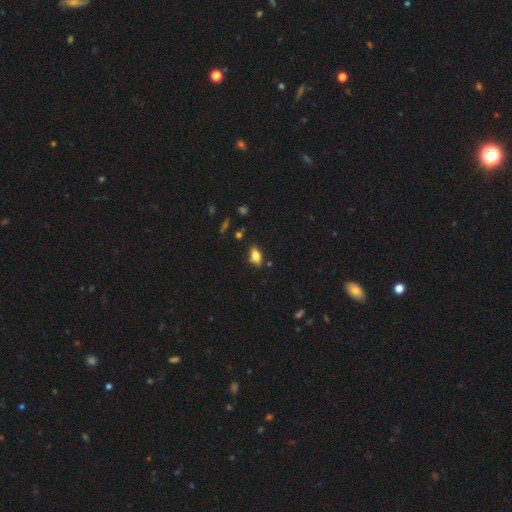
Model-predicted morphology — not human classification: Overall: smooth (73%). How rounded: in between (87%). Merging: none (80%).